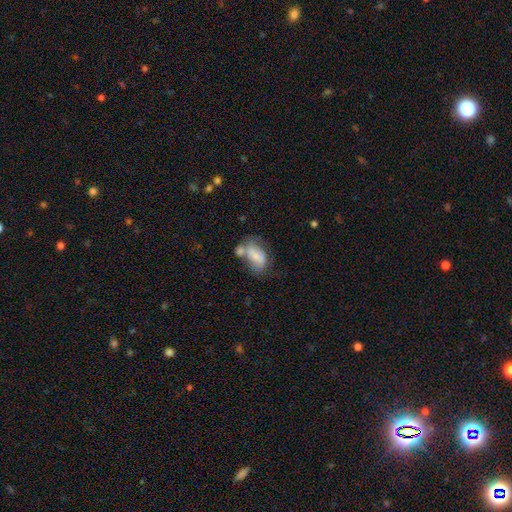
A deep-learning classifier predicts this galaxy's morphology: This is likely a smooth galaxy (65%). How rounded: clearly in between (88%). Merging: marginally merger (41%).